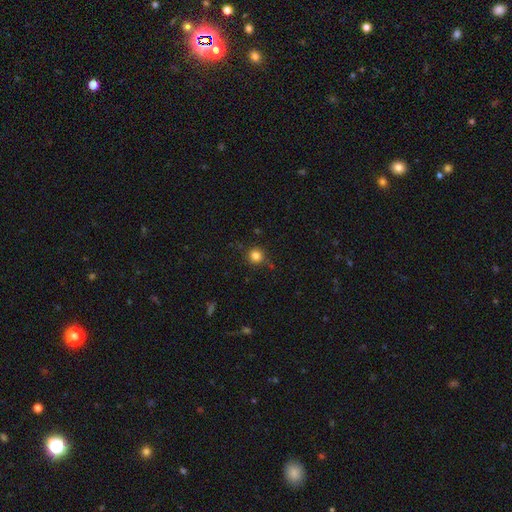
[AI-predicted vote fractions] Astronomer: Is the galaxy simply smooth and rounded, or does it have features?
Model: smooth — 83%.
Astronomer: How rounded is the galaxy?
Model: round — 94%.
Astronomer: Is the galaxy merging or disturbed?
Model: none — 83%.